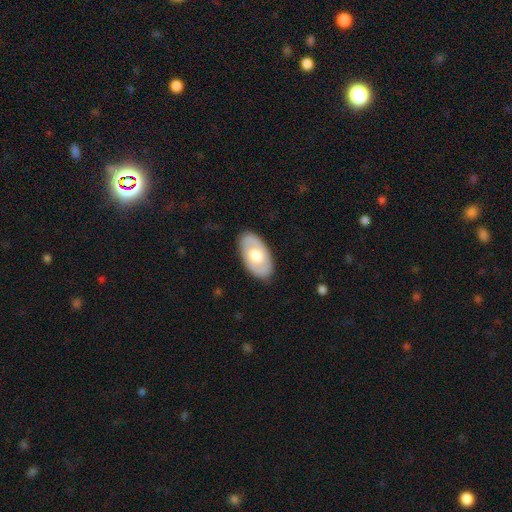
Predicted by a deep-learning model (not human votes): A smooth galaxy with no disk features (52%) that is in between round and cigar-shaped (94%).

Vote fractions:
- Smooth or featured? smooth: 52% / featured or disk: 44% / star or artifact: 5%
- How rounded? in between: 94% / round: 4% / cigar-shaped: 2%
- Merging? none: 86% / minor disturbance: 10% / major disturbance: 3% / merger: 1%